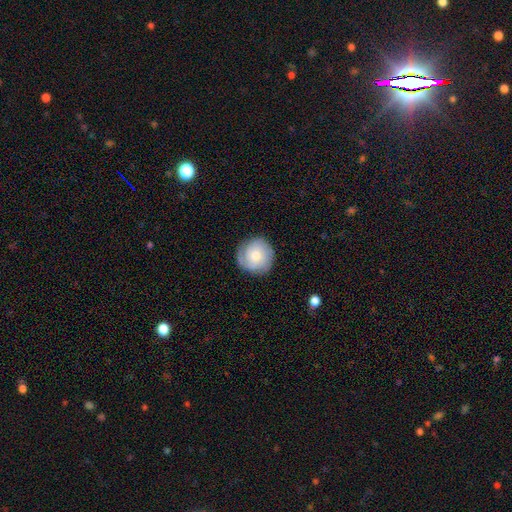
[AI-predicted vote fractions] The model was most divided on "smooth or featured": featured or disk: 53%, smooth: 40%, star or artifact: 7%. More confident: edge-on disk — no (97%); spiral arms — yes (87%); merging — none (82%); bar — no (77%); bulge size — moderate (55%).